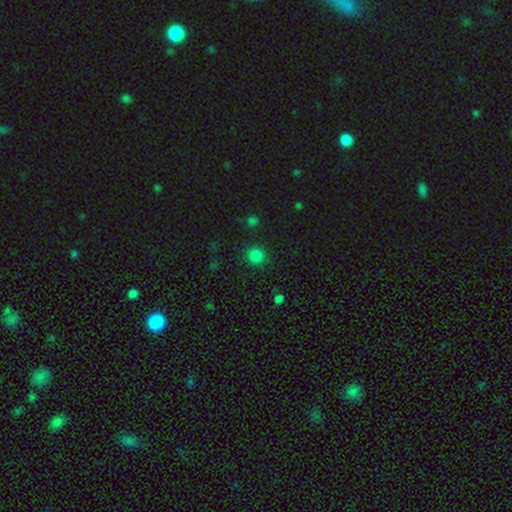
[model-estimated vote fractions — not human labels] The model was most divided on "smooth or featured": smooth: 83%, star or artifact: 14%, featured or disk: 3%. More confident: how rounded — round (94%); merging — none (89%).